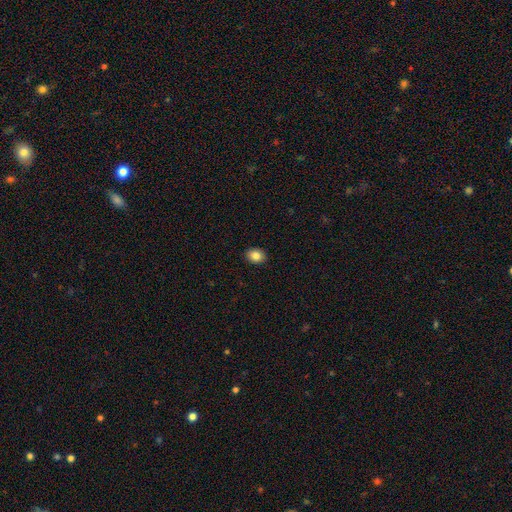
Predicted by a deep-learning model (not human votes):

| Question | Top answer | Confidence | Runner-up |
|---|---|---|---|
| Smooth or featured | smooth | 85% | star or artifact (9%) |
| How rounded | in between | 55% | round (44%) |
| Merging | none | 91% | minor disturbance (6%) |